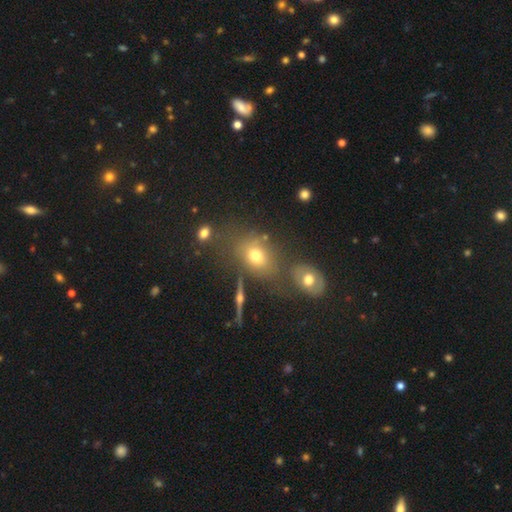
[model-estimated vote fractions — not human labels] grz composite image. It shows a smooth galaxy with no disk features (64%) that is in between round and cigar-shaped (62%). Merging: none (60%).